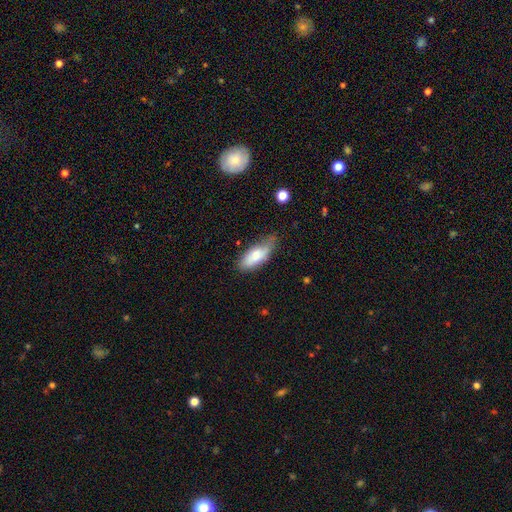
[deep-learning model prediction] The model was most divided on "merging": none: 57%, minor disturbance: 33%, major disturbance: 7%, merger: 2%. More confident: how rounded — in between (76%); smooth or featured — smooth (70%).